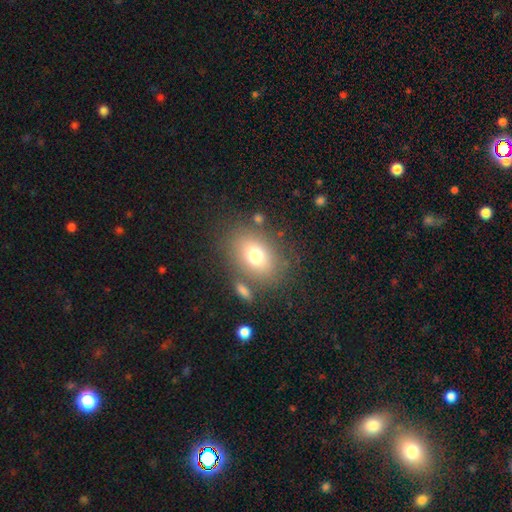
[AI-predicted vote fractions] Q: Smooth or featured?
A: smooth (73%); runner-up: featured or disk (15%)
Q: How rounded?
A: in between (69%); runner-up: round (29%)
Q: Merging?
A: none (75%); runner-up: minor disturbance (12%)